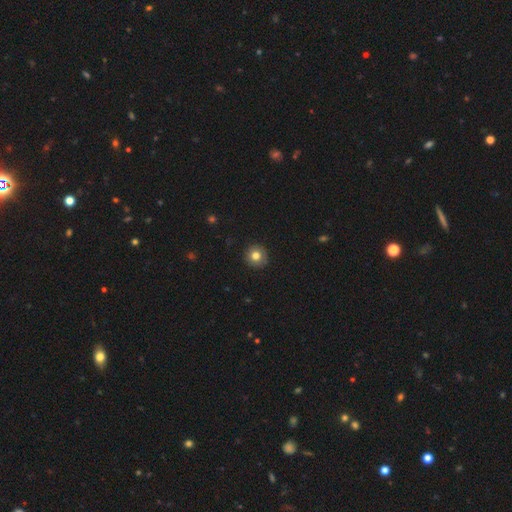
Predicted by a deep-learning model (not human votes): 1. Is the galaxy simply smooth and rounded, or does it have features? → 80% smooth, 10% star or artifact, 10% featured or disk.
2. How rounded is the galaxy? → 93% round, 6% in between, 1% cigar-shaped.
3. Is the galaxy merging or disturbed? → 91% none, 7% minor disturbance, 2% major disturbance, 1% merger.